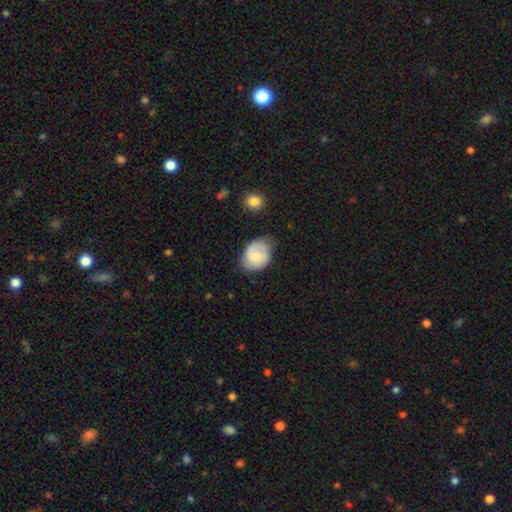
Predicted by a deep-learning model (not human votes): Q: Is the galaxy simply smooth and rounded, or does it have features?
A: smooth — 47%.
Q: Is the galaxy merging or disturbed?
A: none — 56%.